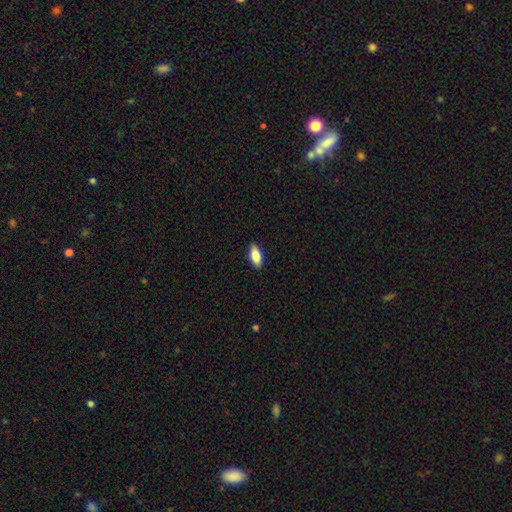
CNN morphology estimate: A smooth galaxy with no disk features (80%) that is in between round and cigar-shaped (81%). Merging: none (89%).